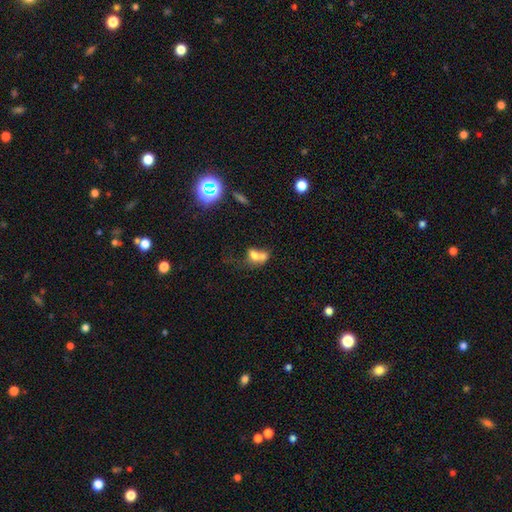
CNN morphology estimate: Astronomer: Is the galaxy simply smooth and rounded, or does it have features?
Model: smooth — 65%.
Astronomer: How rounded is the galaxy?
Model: in between — 65%.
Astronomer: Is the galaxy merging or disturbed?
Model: merger — 58%.